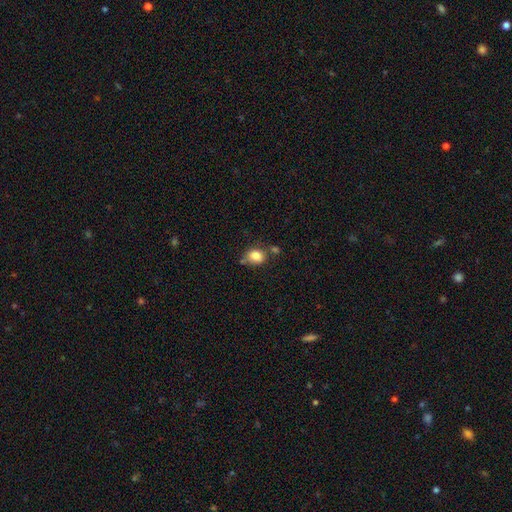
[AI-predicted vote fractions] Smooth or featured: smooth — 83% (star or artifact — 9%)
How rounded: in between — 51% (round — 48%)
Merging: none — 62% (minor disturbance — 19%)